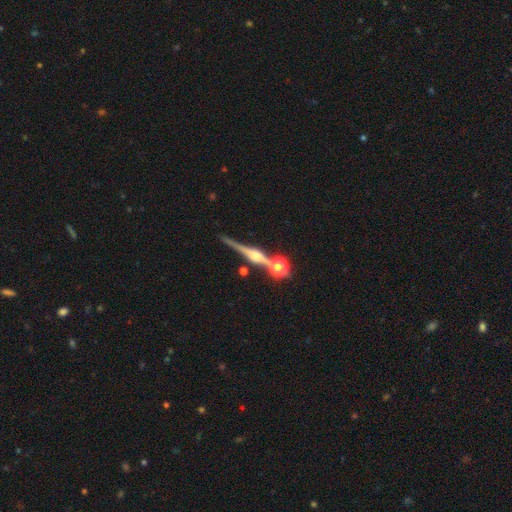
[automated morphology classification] Smooth or featured: featured or disk — 80% (smooth — 10%)
Edge-on disk: yes — 97% (no — 3%)
Edge-on bulge: rounded — 86% (boxy — 10%)
Merging: none — 76% (merger — 11%)